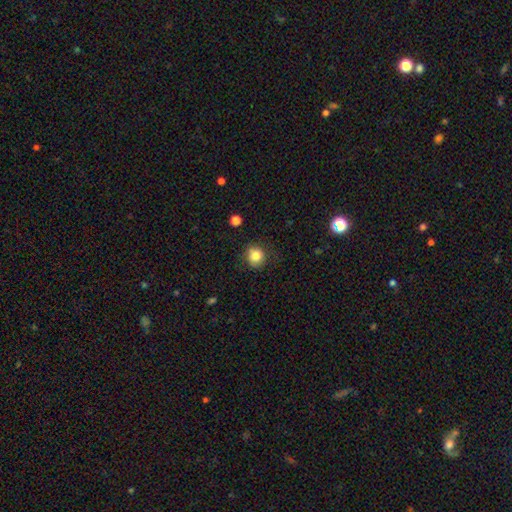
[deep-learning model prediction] The model was most divided on "merging": none: 81%, minor disturbance: 14%, major disturbance: 4%, merger: 1%. More confident: how rounded — round (86%); smooth or featured — smooth (81%).